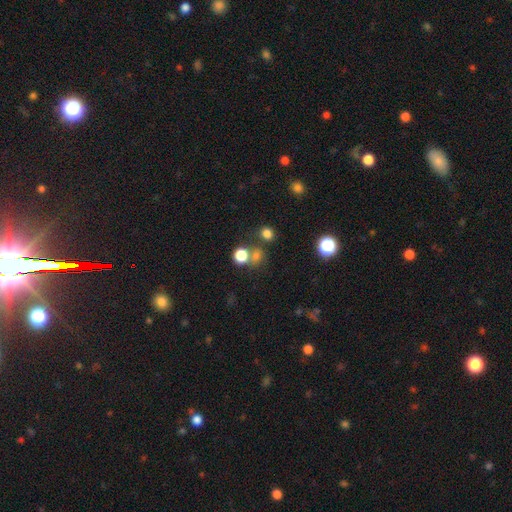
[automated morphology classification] This is likely a smooth galaxy (69%). How rounded: likely round (78%). Merging: possibly none (59%).